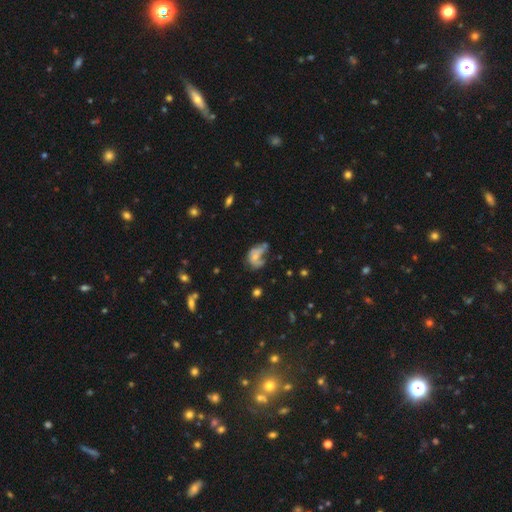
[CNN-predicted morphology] smooth-or-featured: featured or disk: 48% | smooth: 40% | star or artifact: 12%
  merging: major disturbance: 39% | none: 23% | minor disturbance: 22% | merger: 16%